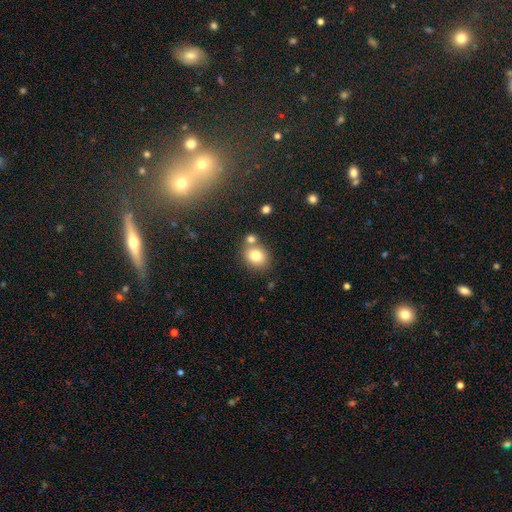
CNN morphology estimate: Q: Smooth or featured?
A: smooth (79%); runner-up: star or artifact (11%)
Q: How rounded?
A: round (63%); runner-up: in between (36%)
Q: Merging?
A: none (62%); runner-up: merger (23%)